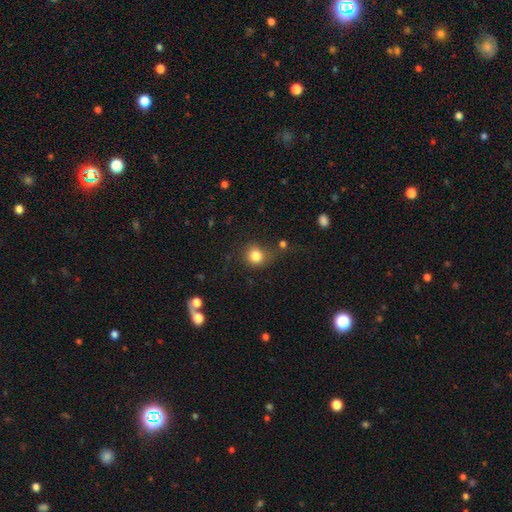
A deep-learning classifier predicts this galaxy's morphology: The model was most divided on "merging": none: 61%, minor disturbance: 20%, major disturbance: 11%, merger: 8%. More confident: how rounded — round (83%); smooth or featured — smooth (82%).